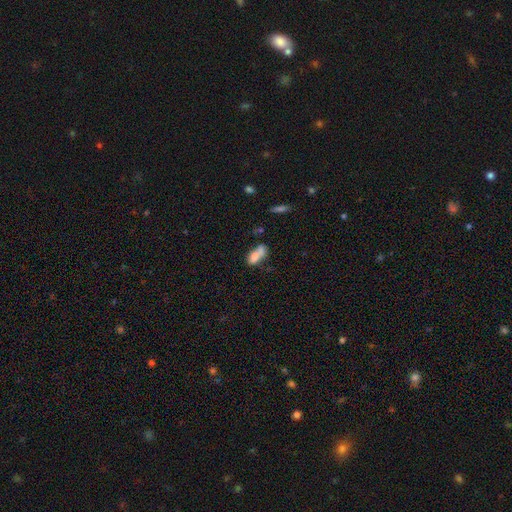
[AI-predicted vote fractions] A smooth galaxy with no disk features (70%) that is in between round and cigar-shaped (81%).

Vote fractions:
- Smooth or featured? smooth: 70% / featured or disk: 20% / star or artifact: 10%
- How rounded? in between: 81% / round: 11% / cigar-shaped: 8%
- Merging? merger: 57% / none: 23% / minor disturbance: 12% / major disturbance: 8%